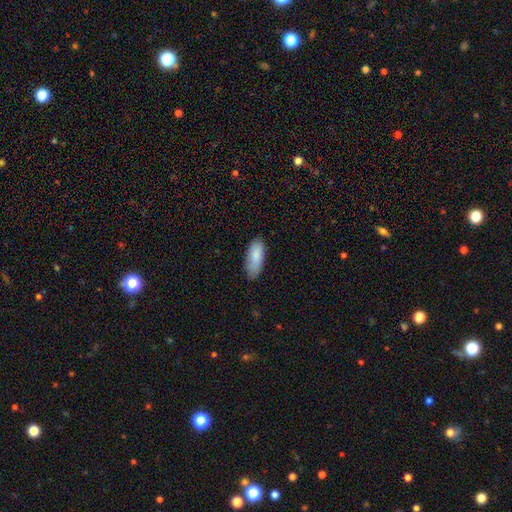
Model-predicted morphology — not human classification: Q: Smooth or featured?
A: smooth (86%); runner-up: featured or disk (8%)
Q: How rounded?
A: in between (82%); runner-up: cigar-shaped (17%)
Q: Merging?
A: none (74%); runner-up: minor disturbance (21%)